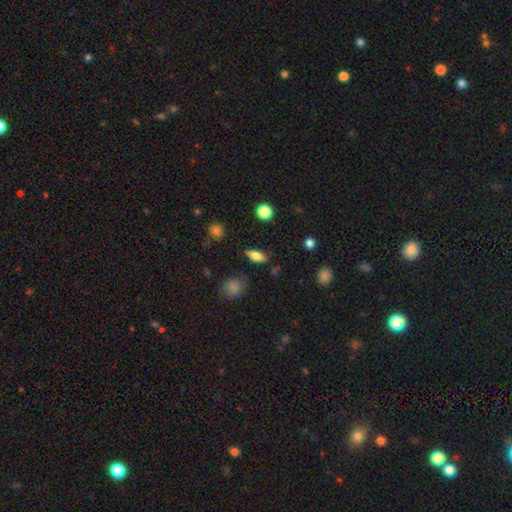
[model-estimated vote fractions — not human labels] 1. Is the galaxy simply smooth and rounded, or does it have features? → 76% smooth, 15% featured or disk, 9% star or artifact.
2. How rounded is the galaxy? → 79% in between, 16% cigar-shaped, 5% round.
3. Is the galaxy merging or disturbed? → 82% none, 12% minor disturbance, 3% major disturbance, 2% merger.